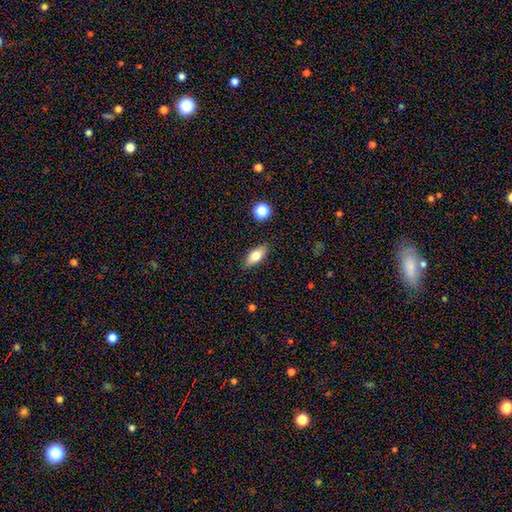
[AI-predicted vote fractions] Smooth or featured: smooth — 74% (featured or disk — 18%)
How rounded: in between — 80% (cigar-shaped — 16%)
Merging: none — 87% (minor disturbance — 10%)